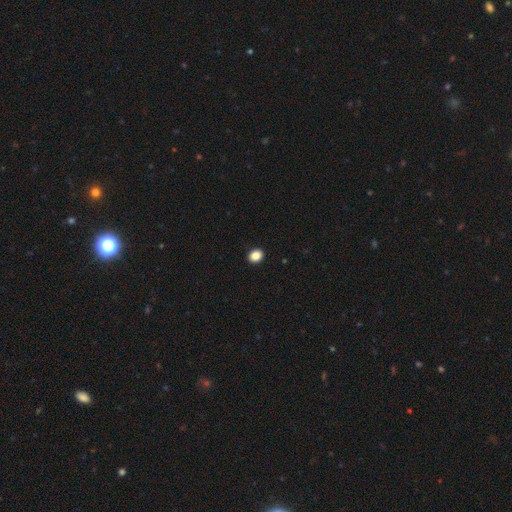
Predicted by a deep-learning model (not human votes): This is clearly a smooth galaxy (87%). How rounded: possibly round (54%). Merging: clearly none (92%).